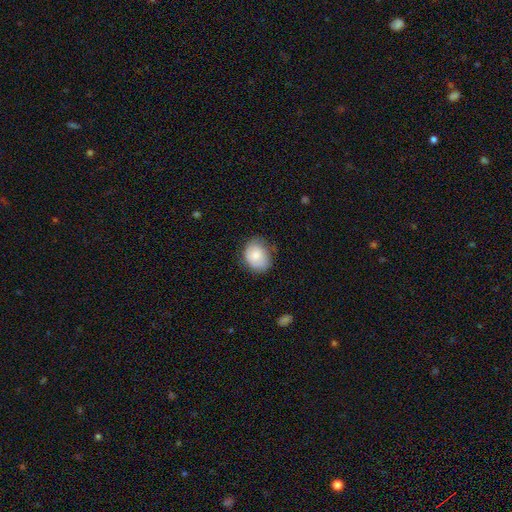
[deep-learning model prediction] The model was most divided on "how rounded": in between: 50%, round: 49%, cigar-shaped: 1%. More confident: smooth or featured — smooth (77%); merging — none (65%).